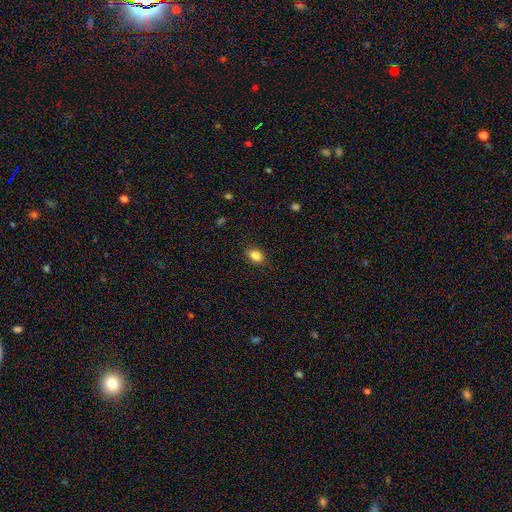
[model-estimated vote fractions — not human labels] A smooth galaxy with no disk features (85%) that is in between round and cigar-shaped (76%). Merging: none (86%).